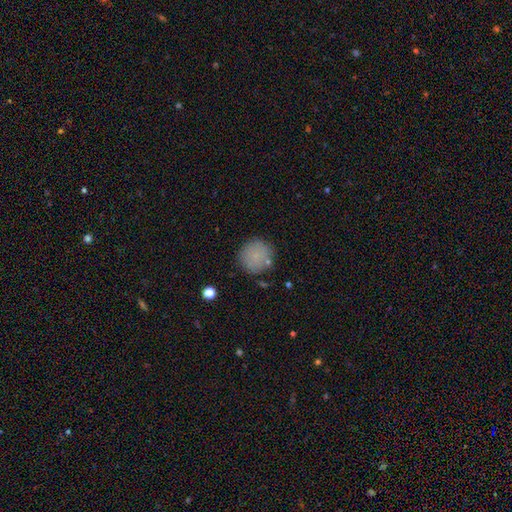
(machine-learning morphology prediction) smooth_or_featured: smooth (p=0.81) [alt: star or artifact p=0.10]
how_rounded: round (p=0.93) [alt: in between p=0.06]
merging: none (p=0.83) [alt: minor disturbance p=0.10]